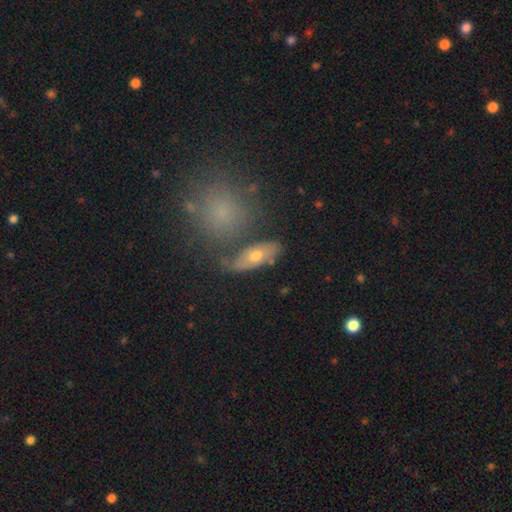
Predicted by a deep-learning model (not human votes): Smooth or featured: smooth — 44% (featured or disk — 43%)
Merging: none — 62% (minor disturbance — 17%)